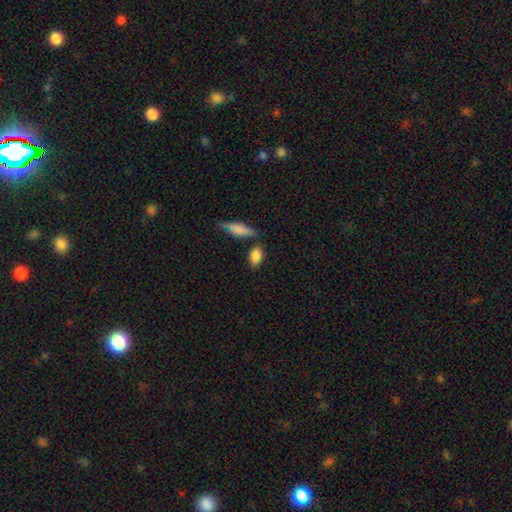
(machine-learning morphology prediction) Smooth or featured? Predicted: smooth (p=0.84). How rounded? Predicted: in between (p=0.88). Merging? Predicted: none (p=0.64).